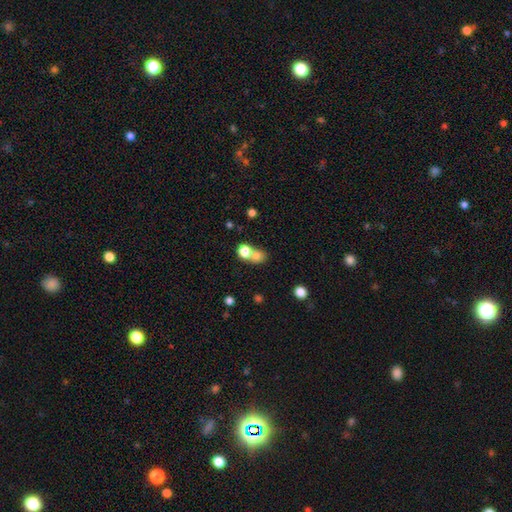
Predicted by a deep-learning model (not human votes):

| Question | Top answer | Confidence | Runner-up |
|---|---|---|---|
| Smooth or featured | smooth | 76% | star or artifact (14%) |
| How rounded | round | 72% | in between (27%) |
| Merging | merger | 52% | none (38%) |